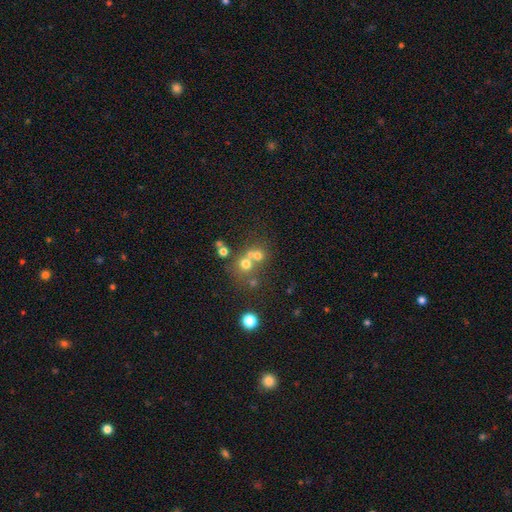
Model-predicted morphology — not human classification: Q: Smooth or featured?
A: smooth (55%); runner-up: star or artifact (24%)
Q: How rounded?
A: round (82%); runner-up: in between (17%)
Q: Merging?
A: merger (47%); runner-up: none (41%)